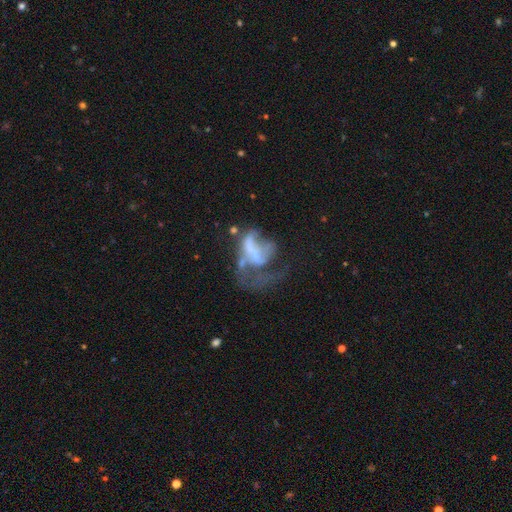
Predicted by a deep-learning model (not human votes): This appears to be a featured or disk galaxy (60%) with no bar (60%), no spiral arms (71%) and no central bulge (57%). Merging: major disturbance (57%).